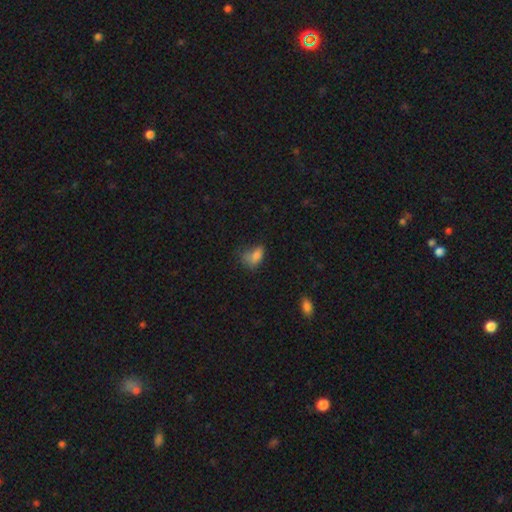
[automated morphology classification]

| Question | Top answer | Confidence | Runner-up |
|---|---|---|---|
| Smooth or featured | smooth | 78% | star or artifact (12%) |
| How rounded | in between | 85% | round (12%) |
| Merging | none | 36% | minor disturbance (34%) |